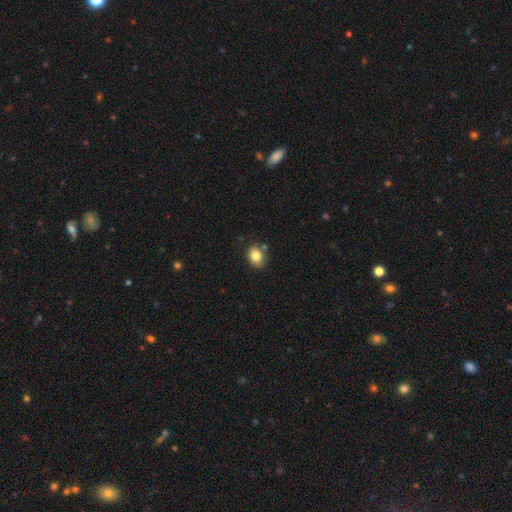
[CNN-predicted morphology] Smooth or featured: smooth — 83% (star or artifact — 9%)
How rounded: in between — 59% (round — 40%)
Merging: none — 78% (minor disturbance — 14%)